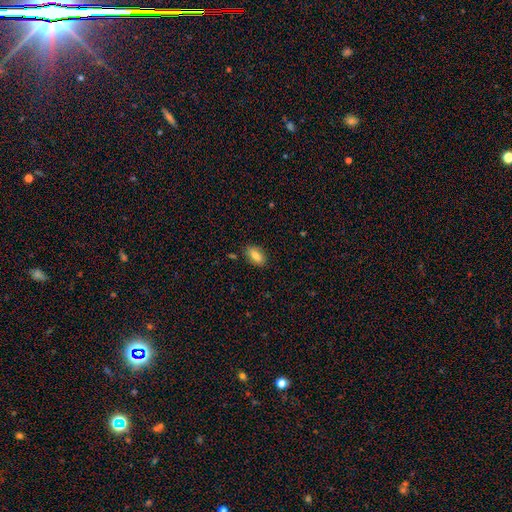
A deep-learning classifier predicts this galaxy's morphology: Overall: smooth (81%). How rounded: in between (89%). Merging: none (84%).